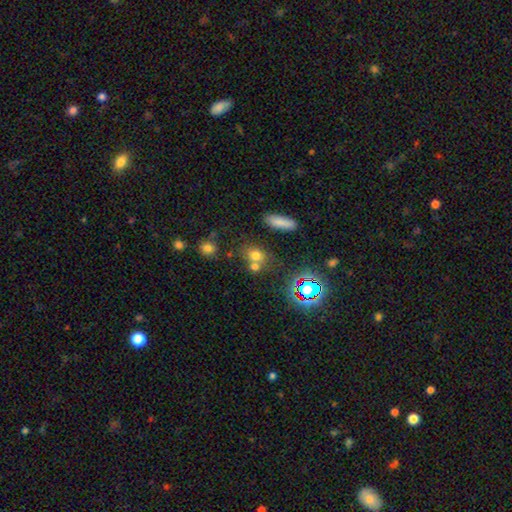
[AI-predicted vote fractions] Q: Smooth or featured?
A: smooth (67%); runner-up: star or artifact (22%)
Q: How rounded?
A: round (62%); runner-up: in between (34%)
Q: Merging?
A: none (51%); runner-up: merger (34%)